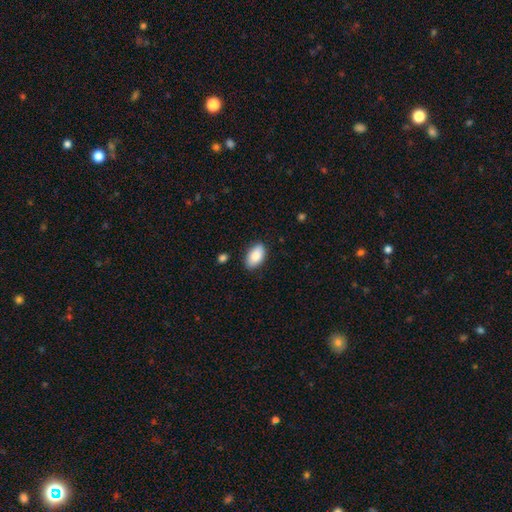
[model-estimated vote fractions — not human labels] smooth-or-featured: smooth: 86% | featured or disk: 8% | star or artifact: 7%
  how-rounded: in between: 94% | round: 4% | cigar-shaped: 2%
  merging: none: 86% | minor disturbance: 11% | major disturbance: 2% | merger: 1%